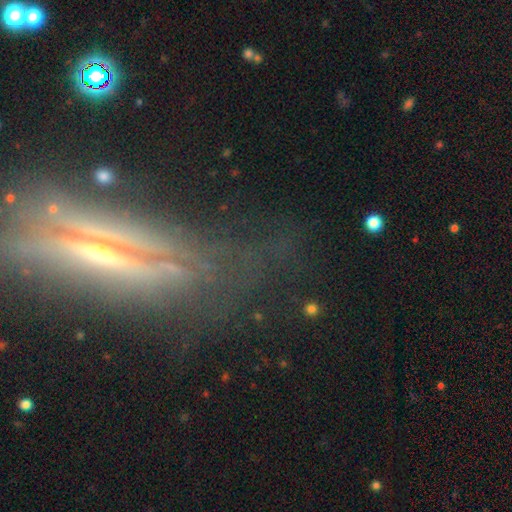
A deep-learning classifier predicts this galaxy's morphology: Smooth or featured? Predicted: featured or disk (p=0.55). Edge-on disk? Predicted: yes (p=0.73). Merging? Predicted: none (p=0.64).